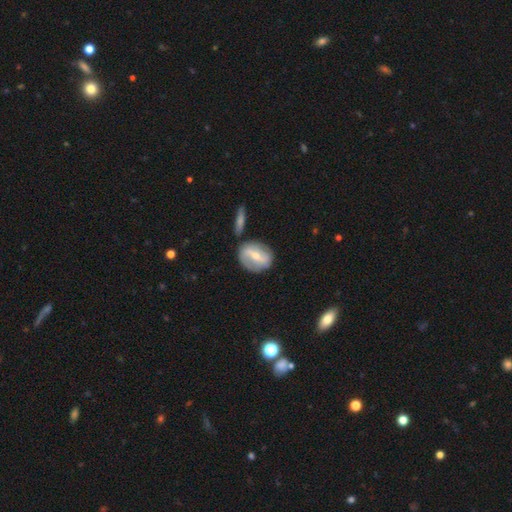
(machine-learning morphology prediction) smooth_or_featured: featured or disk (p=0.62) [alt: smooth p=0.32]
disk_edge_on: no (p=0.90) [alt: yes p=0.10]
bar: strong (p=0.52) [alt: weak p=0.31]
has_spiral_arms: yes (p=0.57) [alt: no p=0.43]
bulge_size: moderate (p=0.48) [tied with: small p=0.48]
merging: none (p=0.72) [alt: minor disturbance p=0.14]